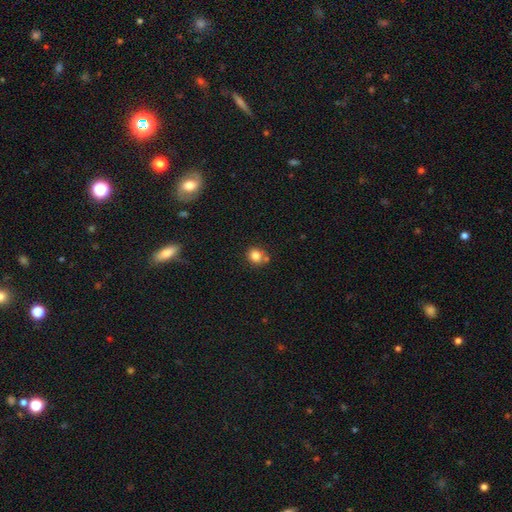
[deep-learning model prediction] Smooth or featured: smooth — 81% (star or artifact — 11%)
How rounded: round — 76% (in between — 23%)
Merging: none — 63% (merger — 20%)